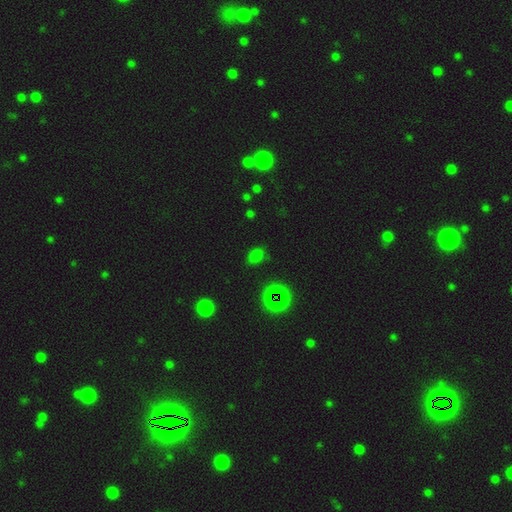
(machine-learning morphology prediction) Smooth or featured: smooth — 65% (star or artifact — 29%)
How rounded: in between — 73% (round — 24%)
Merging: none — 79% (minor disturbance — 15%)